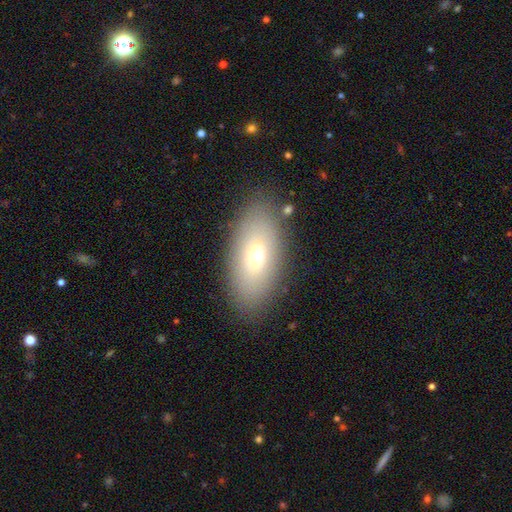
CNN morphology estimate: This is likely a smooth galaxy (65%). How rounded: clearly in between (88%). Merging: clearly none (83%).